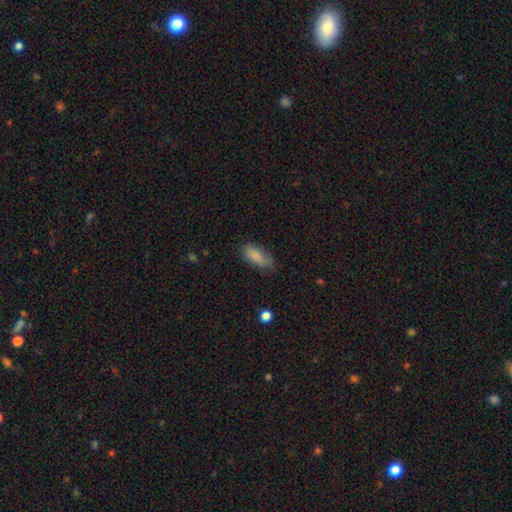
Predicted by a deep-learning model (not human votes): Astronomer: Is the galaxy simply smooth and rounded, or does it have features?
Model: smooth — 79%.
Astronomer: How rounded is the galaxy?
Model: in between — 84%.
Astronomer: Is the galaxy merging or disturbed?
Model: none — 57%.